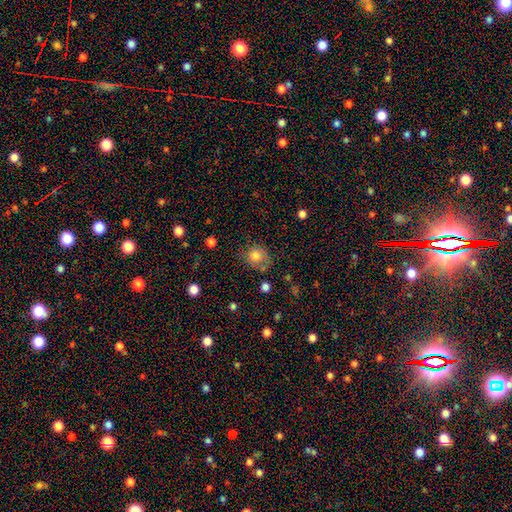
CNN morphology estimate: A smooth galaxy with no disk features (80%) that is round (83%). Merging: none (68%).